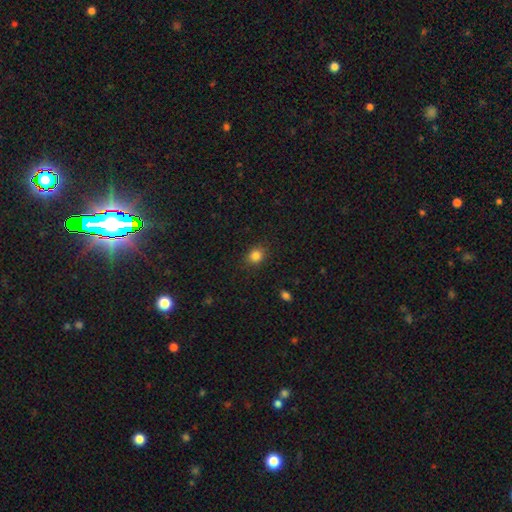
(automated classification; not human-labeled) smooth-or-featured: smooth: 84% | star or artifact: 12% | featured or disk: 5%
  how-rounded: round: 67% | in between: 32% | cigar-shaped: 1%
  merging: none: 87% | minor disturbance: 9% | major disturbance: 3% | merger: 1%